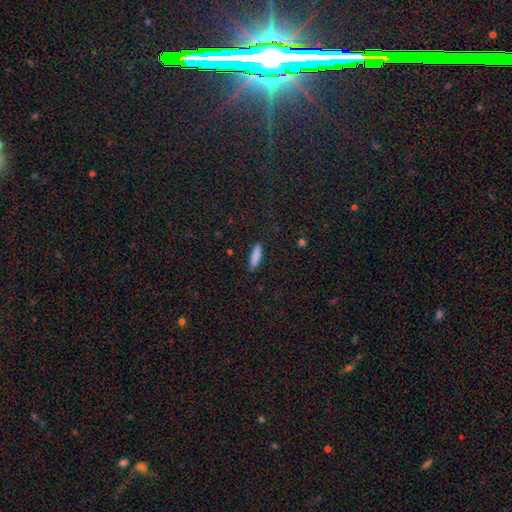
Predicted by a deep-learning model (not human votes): smooth-or-featured: smooth: 86% | featured or disk: 7% | star or artifact: 7%
  how-rounded: cigar-shaped: 72% | in between: 27% | round: 2%
  merging: none: 88% | minor disturbance: 9% | major disturbance: 2% | merger: 1%